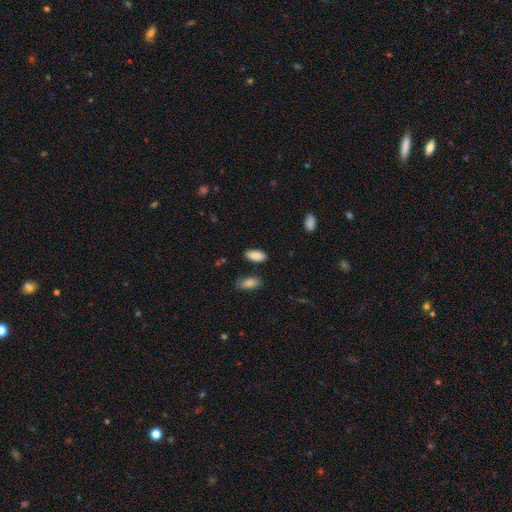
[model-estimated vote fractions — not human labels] A smooth galaxy with no disk features (88%) that is in between round and cigar-shaped (90%). Merging: none (83%).